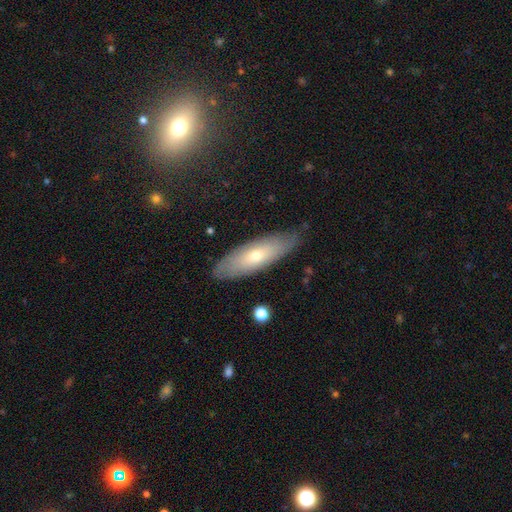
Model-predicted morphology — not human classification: type=smooth (53%); roundness=in between (55%); merging=none (80%).